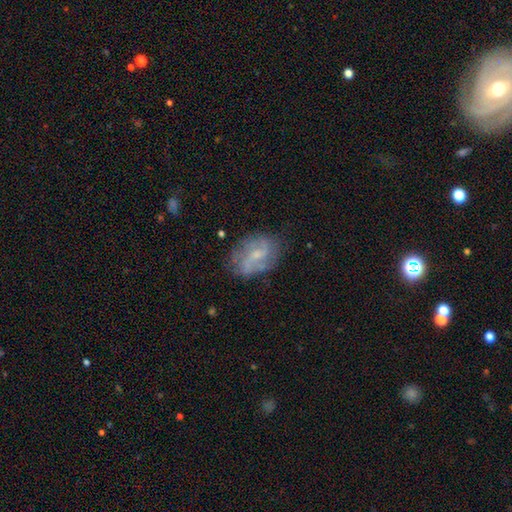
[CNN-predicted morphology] The model was most divided on "spiral winding": loose: 43%, medium: 40%, tight: 17%. More confident: edge-on disk — no (97%); spiral arms — yes (85%); smooth or featured — featured or disk (71%); spiral arm count — 2 (70%); merging — none (66%); bulge size — small (52%); bar — weak (51%).